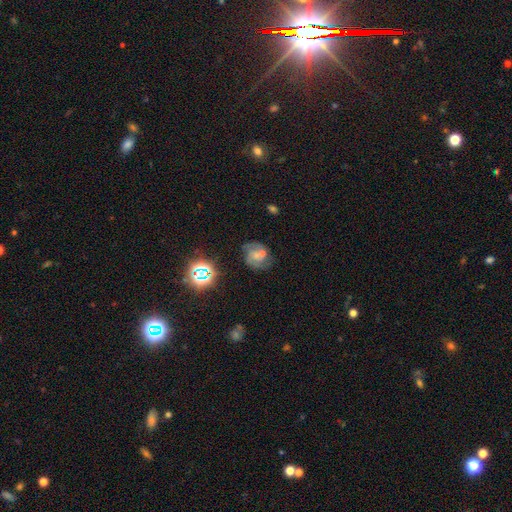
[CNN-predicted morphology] The model was most divided on "bulge size": small: 44%, moderate: 29%, none: 20%, large: 5%, dominant: 2%. Remaining: edge-on disk — no (97%); spiral arms — yes (78%); bar — no (68%); smooth or featured — featured or disk (53%); merging — none (50%).